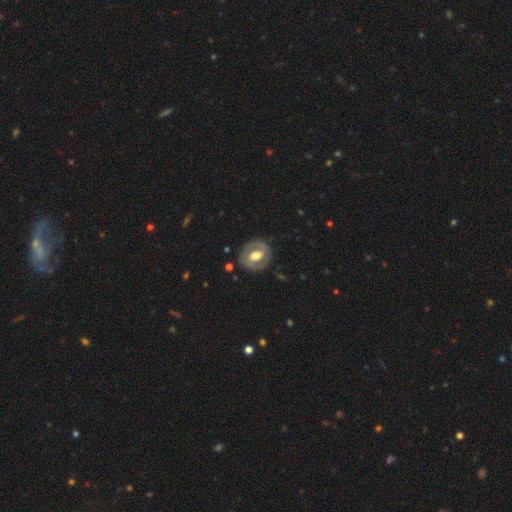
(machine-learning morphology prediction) The model was most divided on "bar": weak: 41%, no: 36%, strong: 23%. More confident: edge-on disk — no (96%); merging — none (82%); smooth or featured — featured or disk (67%); bulge size — moderate (59%); spiral arms — yes (56%).